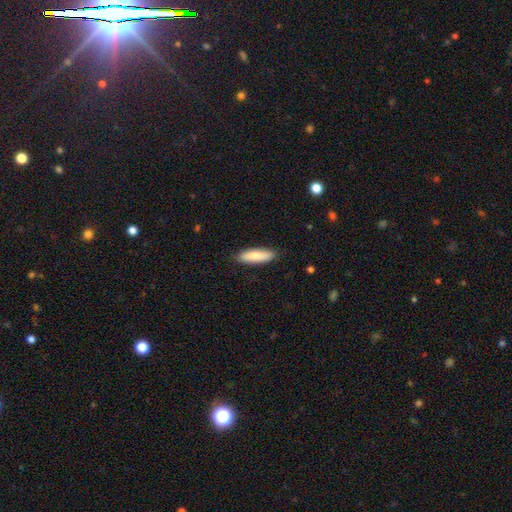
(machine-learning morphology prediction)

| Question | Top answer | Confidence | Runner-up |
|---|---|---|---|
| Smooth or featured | smooth | 84% | featured or disk (11%) |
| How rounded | cigar-shaped | 54% | in between (45%) |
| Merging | none | 87% | minor disturbance (10%) |